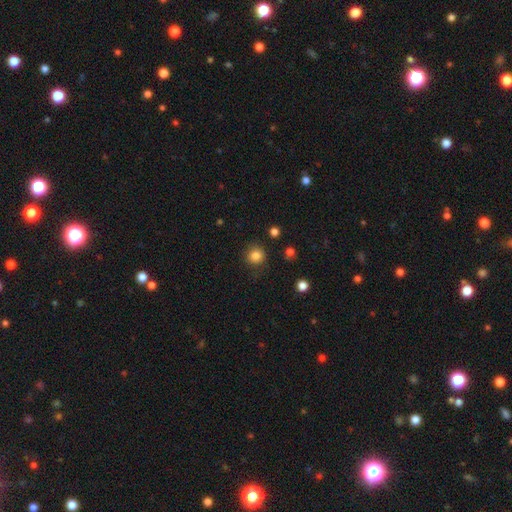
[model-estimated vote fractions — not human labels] smooth_or_featured: smooth (p=0.84) [alt: star or artifact p=0.12]
how_rounded: round (p=0.92) [alt: in between p=0.07]
merging: none (p=0.84) [alt: minor disturbance p=0.11]